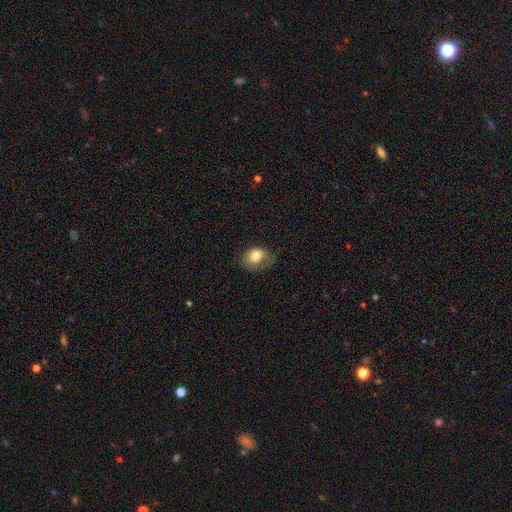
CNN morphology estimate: This appears to be a smooth galaxy with no disk features (78%) that is in between round and cigar-shaped (55%). Merging: none (48%).